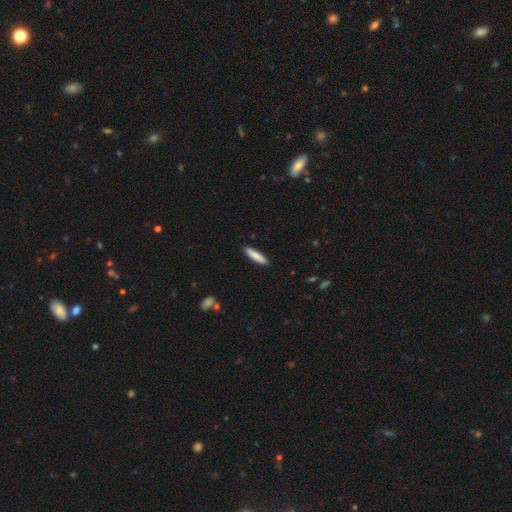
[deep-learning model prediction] smooth 81%, featured or disk 13%, star or artifact 6%. Down the decision tree: how rounded — cigar-shaped (83%); merging — none (90%).